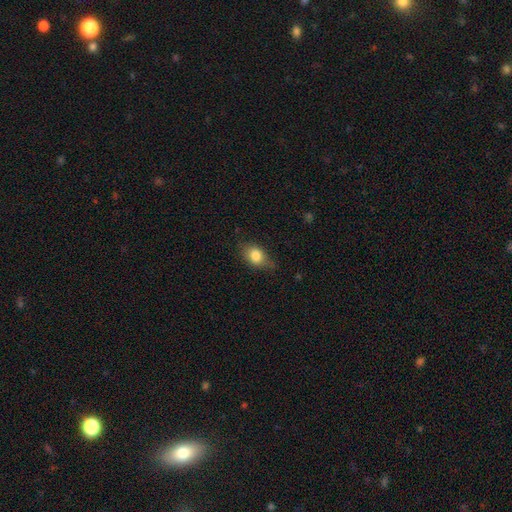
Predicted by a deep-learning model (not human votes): Smooth or featured: smooth — 80% (featured or disk — 11%)
How rounded: in between — 67% (round — 30%)
Merging: none — 62% (minor disturbance — 29%)